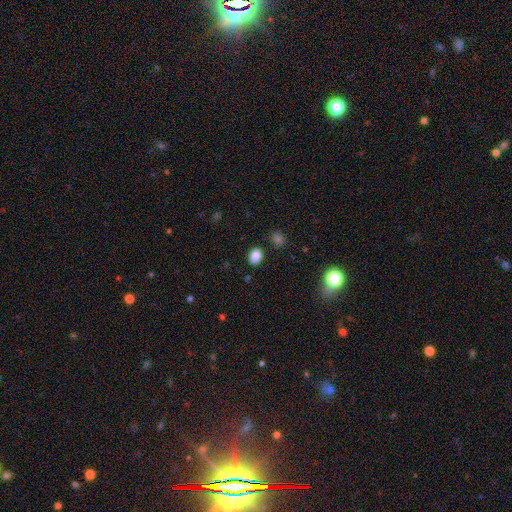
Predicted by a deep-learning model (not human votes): smooth_or_featured: smooth (p=0.85) [alt: star or artifact p=0.11]
how_rounded: in between (p=0.62) [alt: round p=0.37]
merging: none (p=0.84) [alt: minor disturbance p=0.10]